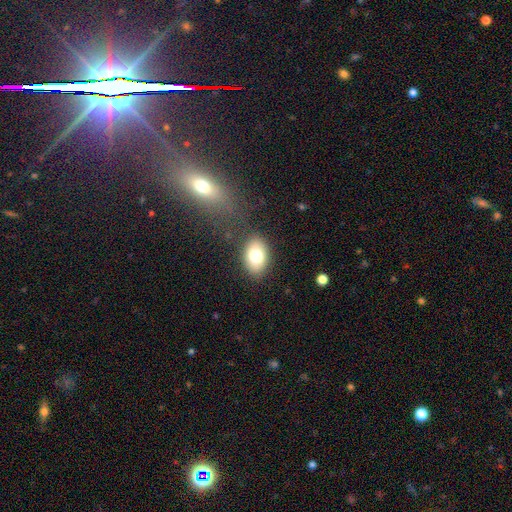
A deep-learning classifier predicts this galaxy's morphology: A smooth galaxy with no disk features (76%) that is in between round and cigar-shaped (84%). Merging: none (84%).